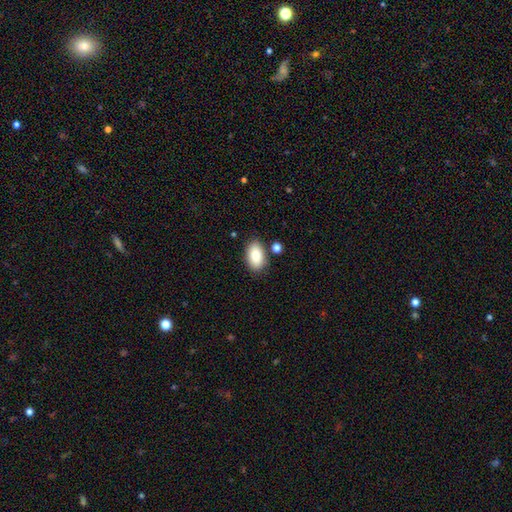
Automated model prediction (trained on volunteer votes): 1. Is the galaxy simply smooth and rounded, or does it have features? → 88% smooth, 7% star or artifact, 5% featured or disk.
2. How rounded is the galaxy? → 94% in between, 5% round, 2% cigar-shaped.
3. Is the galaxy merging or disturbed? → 79% none, 12% minor disturbance, 6% merger, 3% major disturbance.